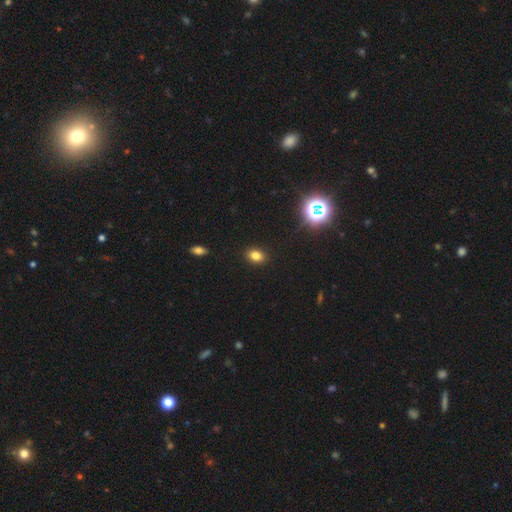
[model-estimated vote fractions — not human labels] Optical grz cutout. It shows a smooth galaxy with no disk features (79%) that is in between round and cigar-shaped (69%). Merging: none (89%).